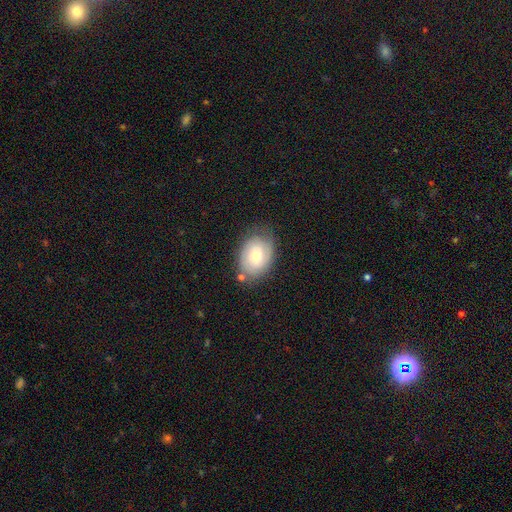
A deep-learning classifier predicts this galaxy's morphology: Smooth or featured? smooth (63%)
How rounded? in between (76%)
Merging? none (68%)